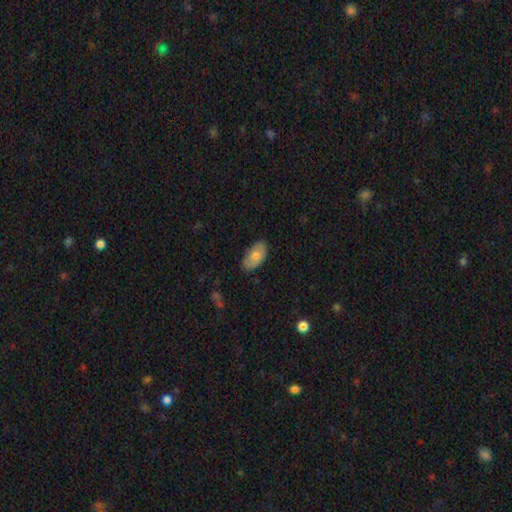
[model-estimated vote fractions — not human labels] This is likely a smooth galaxy (70%). How rounded: clearly in between (94%). Merging: likely none (72%).